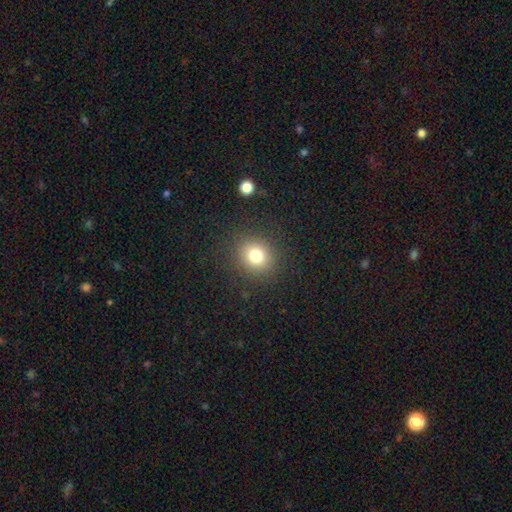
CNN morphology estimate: type=smooth (77%); roundness=round (79%); merging=none (87%).